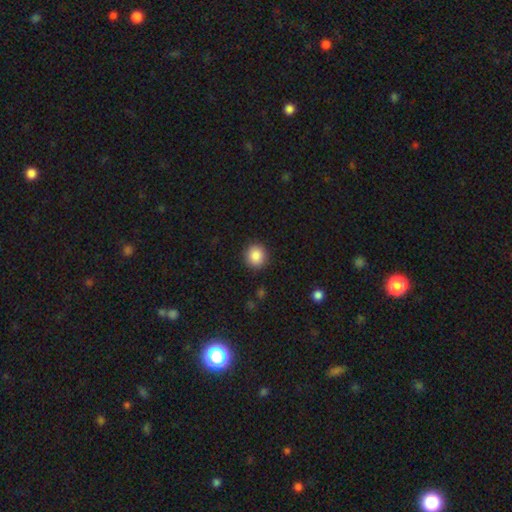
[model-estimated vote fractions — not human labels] This is clearly a smooth galaxy (87%). How rounded: clearly round (90%). Merging: clearly none (91%).